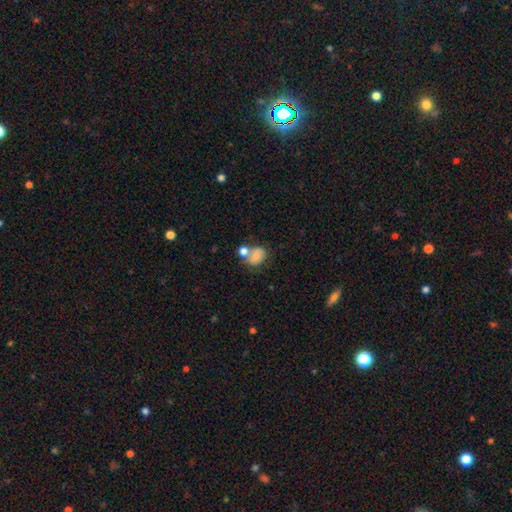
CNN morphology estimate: smooth_or_featured: smooth (p=0.71) [alt: featured or disk p=0.19]
how_rounded: in between (p=0.56) [alt: round p=0.42]
merging: merger (p=0.43) [alt: none p=0.33]